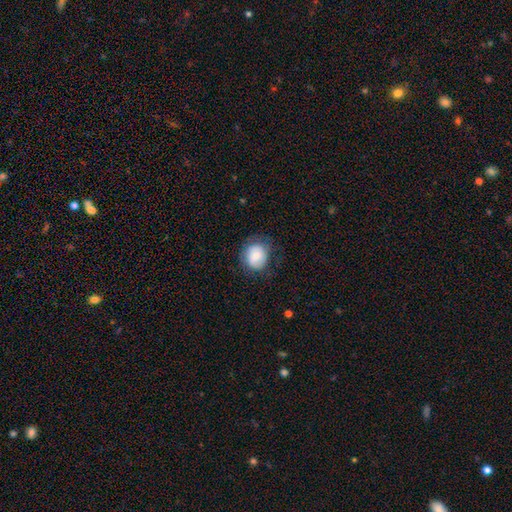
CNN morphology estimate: The model was most divided on "merging": none: 64%, minor disturbance: 24%, major disturbance: 10%, merger: 1%. More confident: smooth or featured — smooth (76%); how rounded — round (73%).